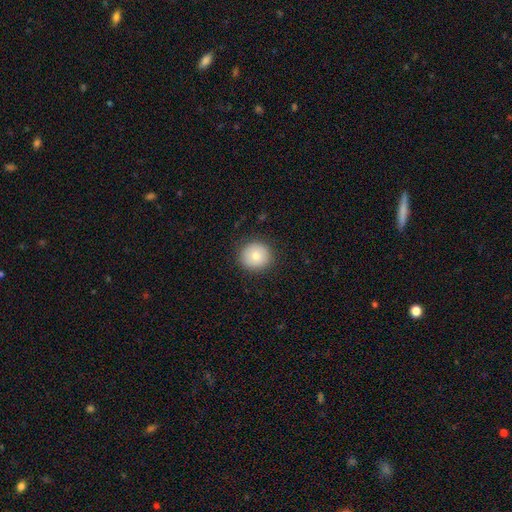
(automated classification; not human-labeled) Smooth or featured? Predicted: smooth (p=0.80). How rounded? Predicted: round (p=0.92). Merging? Predicted: none (p=0.88).